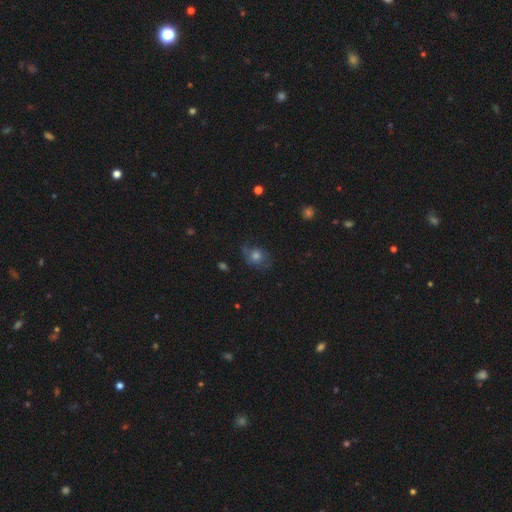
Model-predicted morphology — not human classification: This is possibly a smooth galaxy (54%). How rounded: likely round (67%). Merging: possibly none (60%).